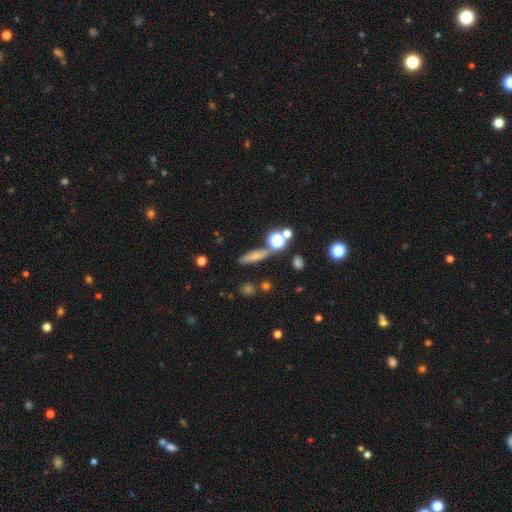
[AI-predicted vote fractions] Q: Smooth or featured?
A: smooth (64%); runner-up: featured or disk (20%)
Q: How rounded?
A: cigar-shaped (67%); runner-up: in between (23%)
Q: Merging?
A: none (71%); runner-up: minor disturbance (13%)